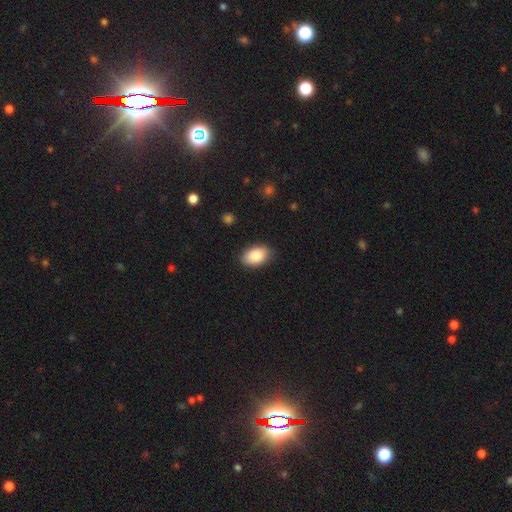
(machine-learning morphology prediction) This is clearly a smooth galaxy (88%). How rounded: clearly in between (91%). Merging: clearly none (86%).